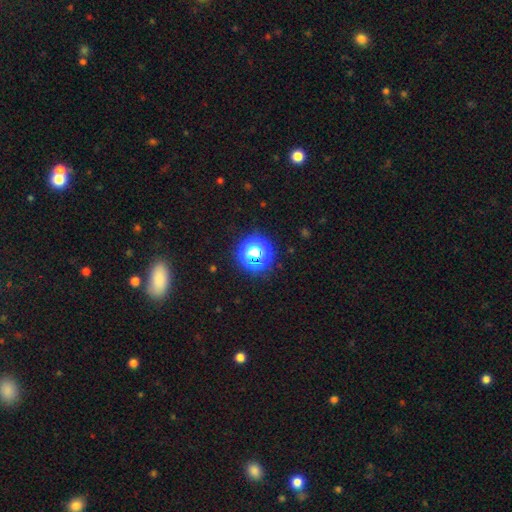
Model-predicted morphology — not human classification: Smooth or featured: star or artifact — 52% (smooth — 38%)